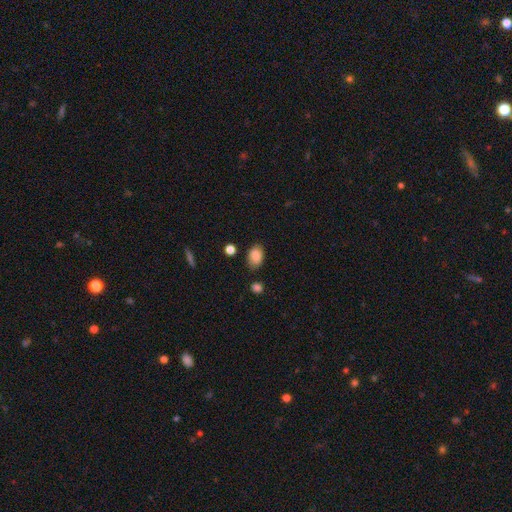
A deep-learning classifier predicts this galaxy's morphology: The model was most divided on "merging": none: 78%, minor disturbance: 15%, major disturbance: 3%, merger: 3%. More confident: smooth or featured — smooth (86%); how rounded — in between (85%).